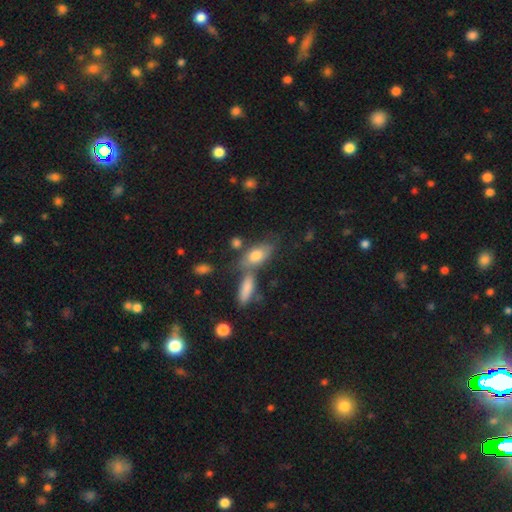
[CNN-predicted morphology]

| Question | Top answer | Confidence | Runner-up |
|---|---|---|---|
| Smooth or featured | smooth | 75% | featured or disk (17%) |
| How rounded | in between | 83% | cigar-shaped (11%) |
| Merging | none | 48% | merger (31%) |